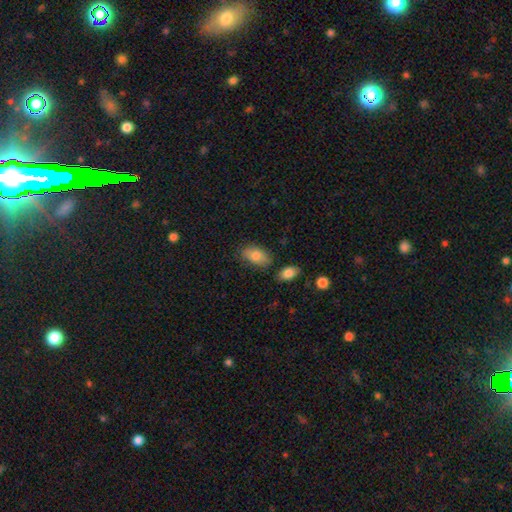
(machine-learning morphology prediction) Q: Smooth or featured?
A: smooth (81%); runner-up: featured or disk (12%)
Q: How rounded?
A: in between (92%); runner-up: round (6%)
Q: Merging?
A: none (75%); runner-up: minor disturbance (16%)